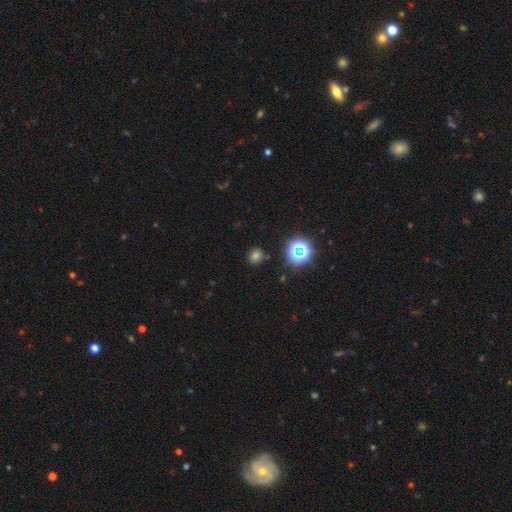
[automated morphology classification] smooth_or_featured: smooth (p=0.66) [alt: star or artifact p=0.28]
how_rounded: round (p=0.74) [alt: in between p=0.25]
merging: none (p=0.85) [alt: minor disturbance p=0.09]